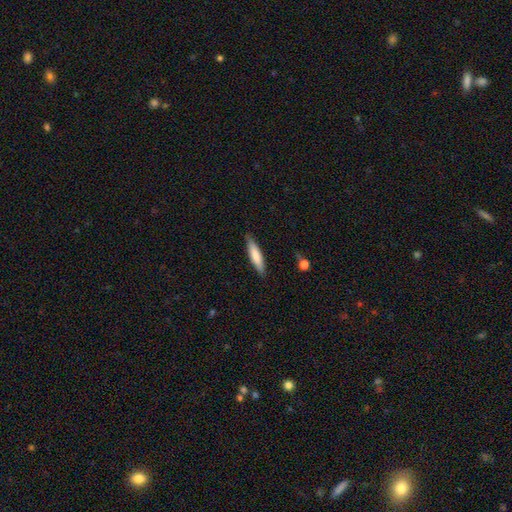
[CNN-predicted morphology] smooth_or_featured: smooth (p=0.74) [alt: featured or disk p=0.21]
how_rounded: cigar-shaped (p=0.80) [alt: in between p=0.19]
merging: none (p=0.85) [alt: minor disturbance p=0.11]